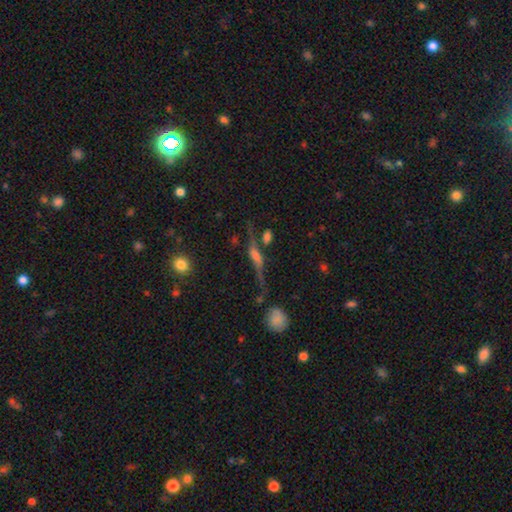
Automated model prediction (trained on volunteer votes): Morphology: type=featured or disk (67%); edge-on=yes (82%); edge-on bulge=rounded (63%); merging=none (62%).